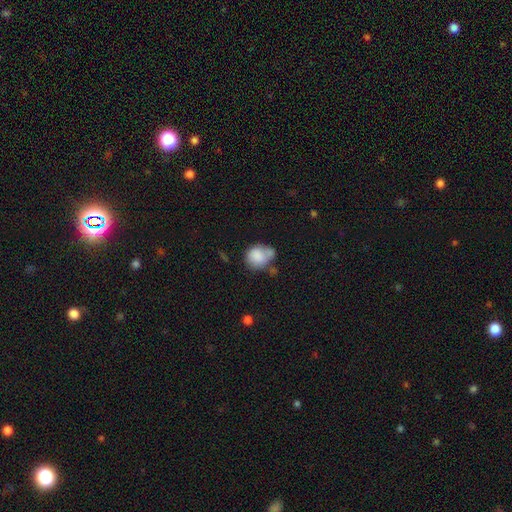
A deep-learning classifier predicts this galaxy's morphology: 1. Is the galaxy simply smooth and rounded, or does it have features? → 78% smooth, 13% featured or disk, 9% star or artifact.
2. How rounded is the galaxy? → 67% round, 32% in between, 1% cigar-shaped.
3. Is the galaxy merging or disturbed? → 41% none, 26% minor disturbance, 23% merger, 10% major disturbance.